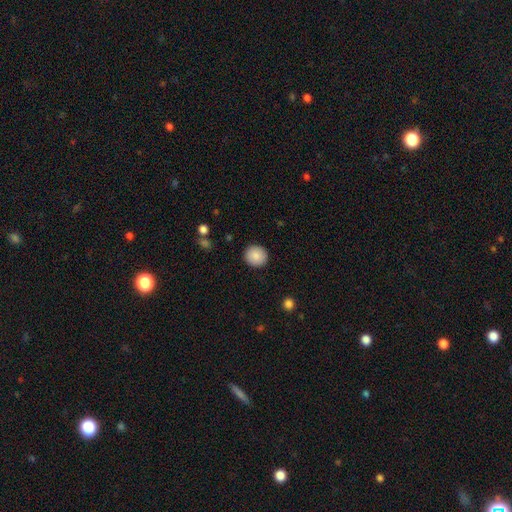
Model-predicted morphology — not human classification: A smooth galaxy with no disk features (87%) that is round (91%).

Vote fractions:
- Smooth or featured? smooth: 87% / star or artifact: 7% / featured or disk: 5%
- How rounded? round: 91% / in between: 8% / cigar-shaped: 1%
- Merging? none: 91% / minor disturbance: 6% / major disturbance: 2% / merger: 1%